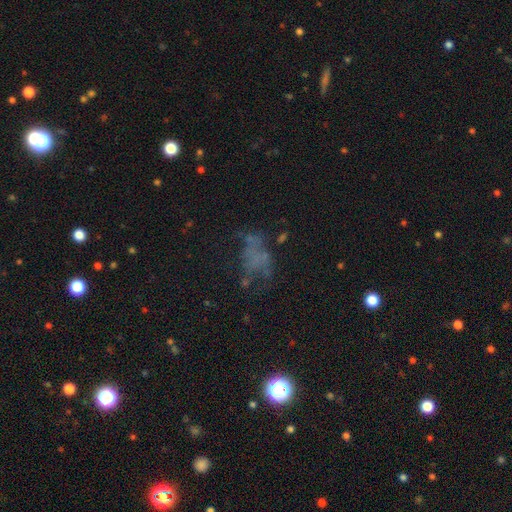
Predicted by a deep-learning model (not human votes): Smooth or featured: featured or disk — 38% (star or artifact — 32%)
Merging: none — 44% (major disturbance — 30%)